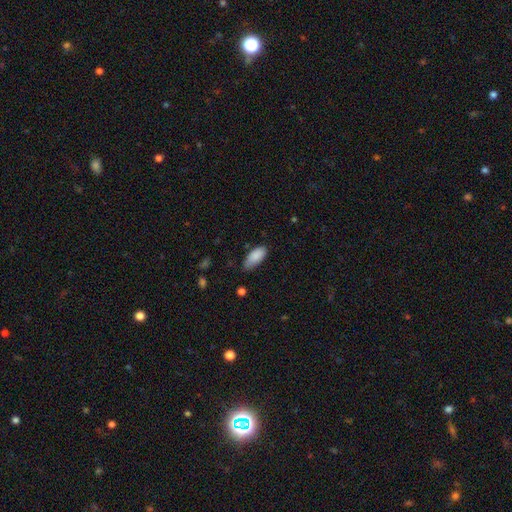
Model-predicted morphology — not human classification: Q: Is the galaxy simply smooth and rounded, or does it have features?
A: smooth — 88%.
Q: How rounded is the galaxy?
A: in between — 87%.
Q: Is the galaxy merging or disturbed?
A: none — 63%.